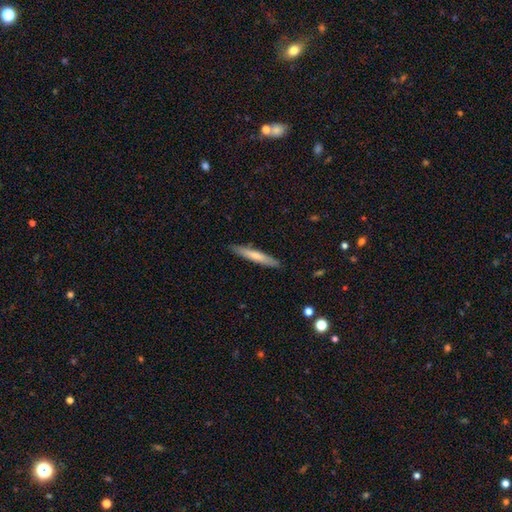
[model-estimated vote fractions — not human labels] This is likely a smooth galaxy (64%). How rounded: clearly cigar-shaped (94%). Merging: clearly none (89%).